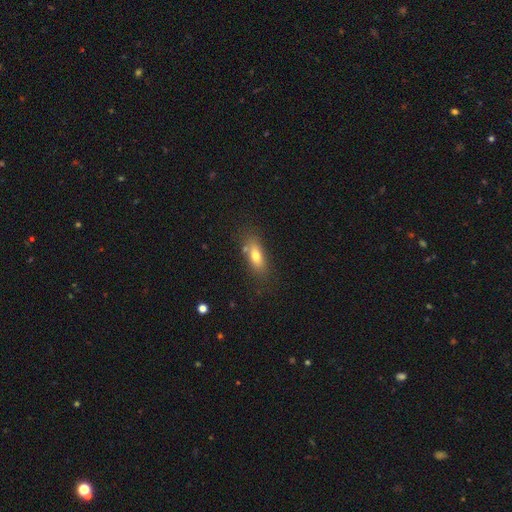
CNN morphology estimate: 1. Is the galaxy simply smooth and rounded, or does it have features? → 73% smooth, 18% featured or disk, 9% star or artifact.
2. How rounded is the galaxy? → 76% in between, 18% cigar-shaped, 6% round.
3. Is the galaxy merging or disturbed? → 70% none, 16% minor disturbance, 8% merger, 6% major disturbance.